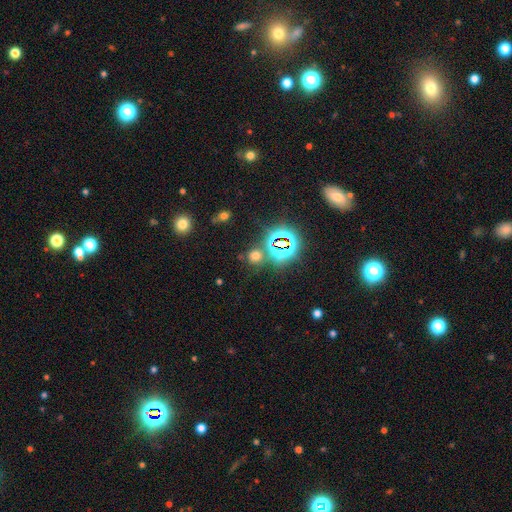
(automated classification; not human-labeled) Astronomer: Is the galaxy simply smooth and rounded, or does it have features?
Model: smooth — 51% (runner-up: star or artifact, 42%).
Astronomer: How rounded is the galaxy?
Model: round — 83%.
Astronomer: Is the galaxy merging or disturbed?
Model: none — 75%.